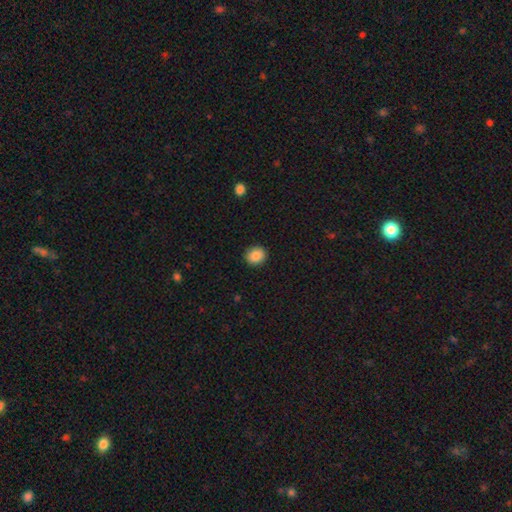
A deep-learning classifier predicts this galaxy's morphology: Smooth or featured? smooth (88%)
How rounded? round (75%)
Merging? none (90%)